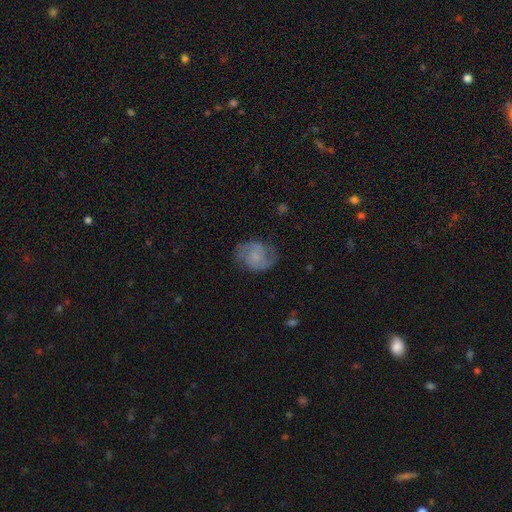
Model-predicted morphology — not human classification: featured or disk 59%, smooth 33%, star or artifact 8%. Down the decision tree: edge-on disk — no (98%); bar — no (59%); spiral arms — yes (88%); spiral arm count — 2 (82%); spiral winding — medium (50%); bulge size — small (45%); merging — none (68%).